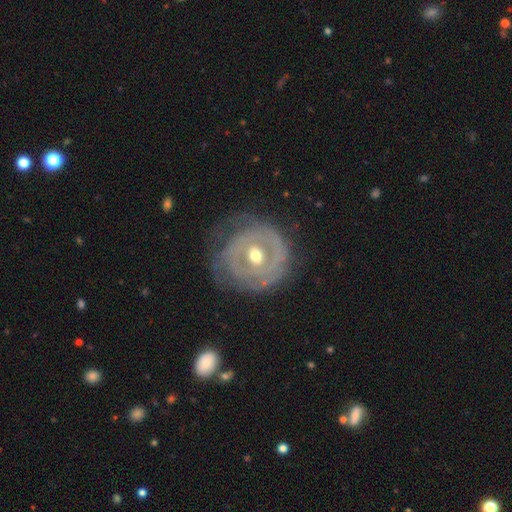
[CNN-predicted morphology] smooth_or_featured: featured or disk (p=0.77) [alt: smooth p=0.17]
disk_edge_on: no (p=0.96) [alt: yes p=0.04]
bar: no (p=0.56) [alt: weak p=0.33]
has_spiral_arms: yes (p=0.63) [alt: no p=0.37]
bulge_size: moderate (p=0.73) [alt: small p=0.19]
merging: none (p=0.60) [alt: minor disturbance p=0.22]